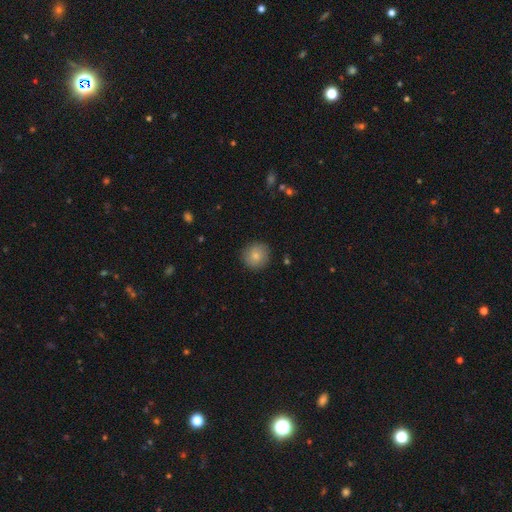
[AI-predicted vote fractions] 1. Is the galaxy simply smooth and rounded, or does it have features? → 81% smooth, 11% featured or disk, 8% star or artifact.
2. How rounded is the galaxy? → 93% round, 6% in between, 1% cigar-shaped.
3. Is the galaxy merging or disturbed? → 88% none, 9% minor disturbance, 2% major disturbance, 1% merger.